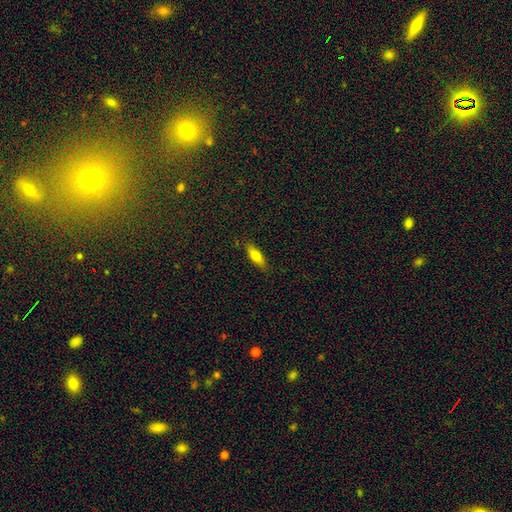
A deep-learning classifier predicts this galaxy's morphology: Smooth or featured: smooth — 69% (featured or disk — 23%)
How rounded: in between — 54% (cigar-shaped — 43%)
Merging: none — 86% (minor disturbance — 11%)